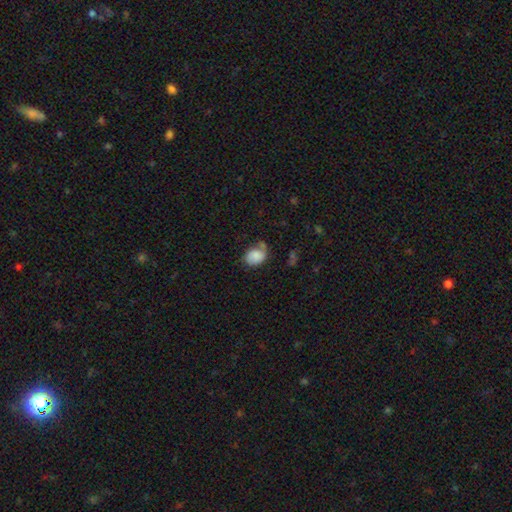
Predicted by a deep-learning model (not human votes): A smooth galaxy with no disk features (78%) that is in between round and cigar-shaped (66%). Merging: none (51%).